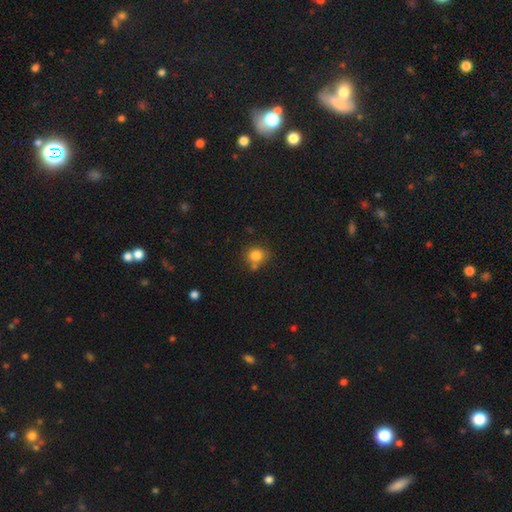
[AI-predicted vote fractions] A smooth galaxy with no disk features (82%) that is round (83%). Merging: none (66%).